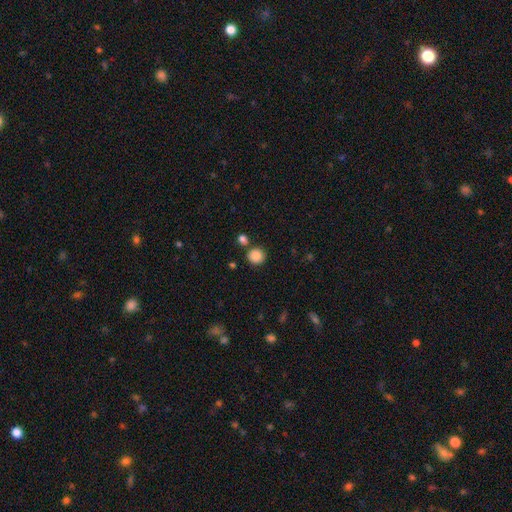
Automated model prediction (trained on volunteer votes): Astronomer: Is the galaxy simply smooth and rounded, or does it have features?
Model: smooth — 87%.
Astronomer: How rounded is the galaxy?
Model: round — 91%.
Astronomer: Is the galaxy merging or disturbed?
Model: none — 79%.